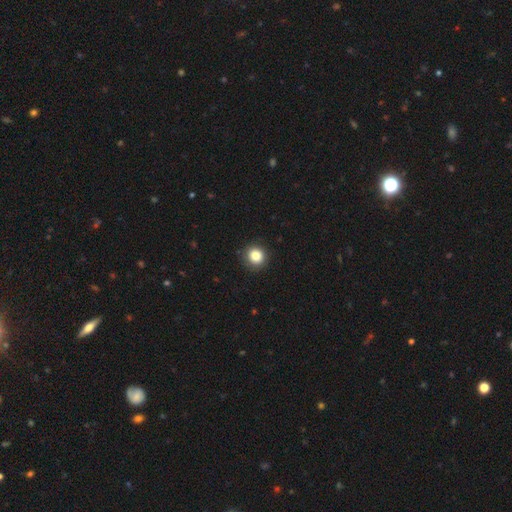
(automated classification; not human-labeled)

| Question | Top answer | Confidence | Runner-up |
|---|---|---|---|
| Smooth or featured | smooth | 84% | star or artifact (11%) |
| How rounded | round | 92% | in between (7%) |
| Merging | none | 89% | minor disturbance (8%) |